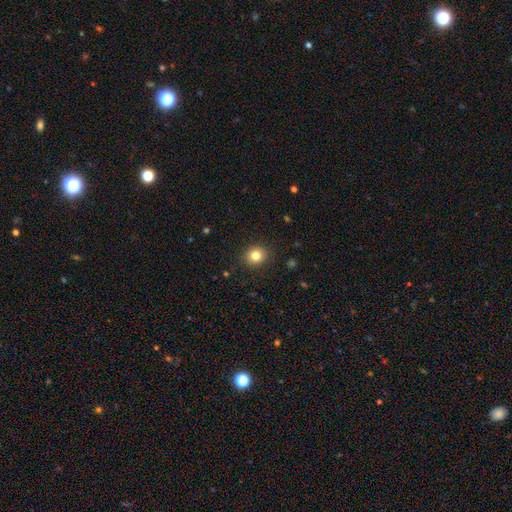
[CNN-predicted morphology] This is clearly a smooth galaxy (82%). How rounded: clearly round (81%). Merging: clearly none (89%).